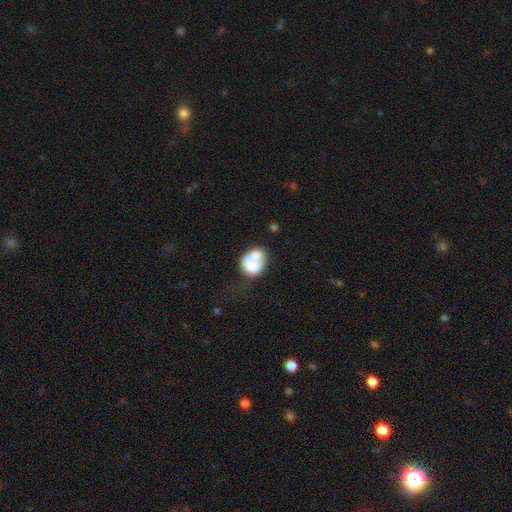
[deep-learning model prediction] A smooth galaxy with no disk features (61%) that is in between round and cigar-shaped (52%). Merging: merger (56%).